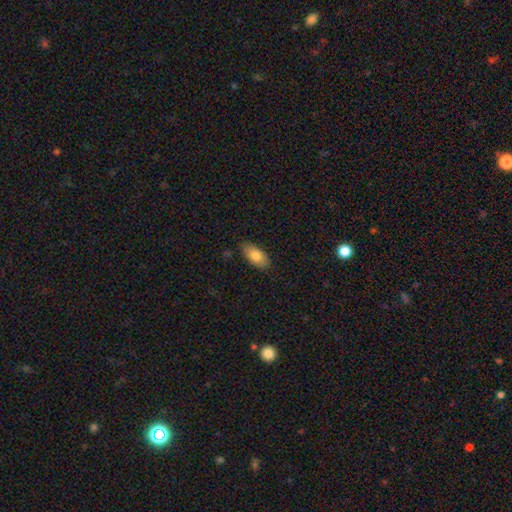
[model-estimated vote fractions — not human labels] Smooth or featured? smooth (81%)
How rounded? in between (92%)
Merging? none (82%)